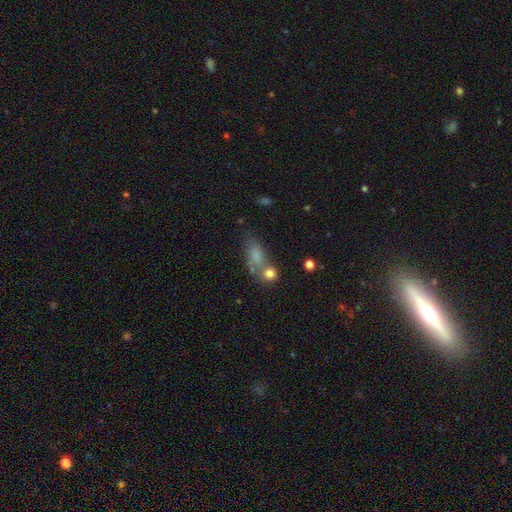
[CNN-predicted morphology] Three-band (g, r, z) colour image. It shows a smooth galaxy with no disk features (74%) that is in between round and cigar-shaped (74%). Merging: none (44%).